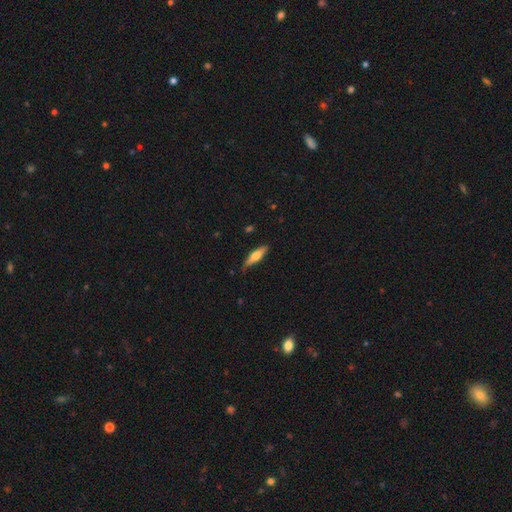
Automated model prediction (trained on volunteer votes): Smooth or featured? Predicted: smooth (p=0.56). How rounded? Predicted: cigar-shaped (p=0.69). Merging? Predicted: none (p=0.77).